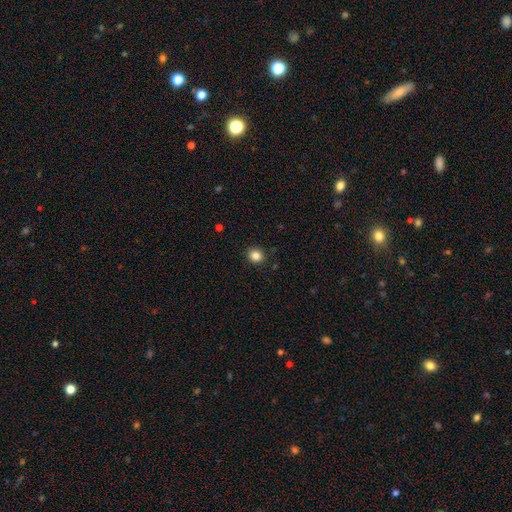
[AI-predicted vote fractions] The model was most divided on "how rounded": round: 83%, in between: 16%, cigar-shaped: 1%. More confident: merging — none (91%); smooth or featured — smooth (84%).